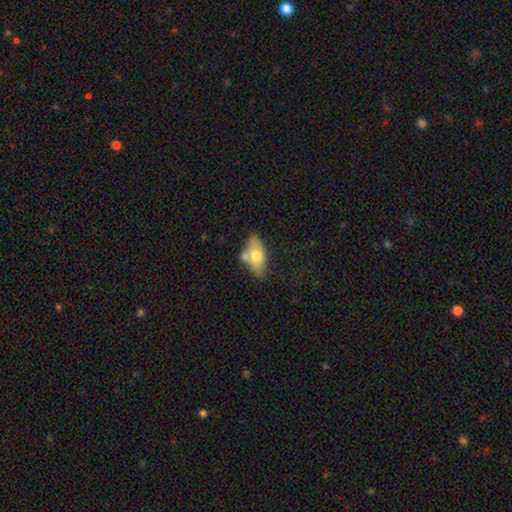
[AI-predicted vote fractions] smooth 64%, featured or disk 30%, star or artifact 6%. Down the decision tree: how rounded — in between (89%); merging — none (53%).